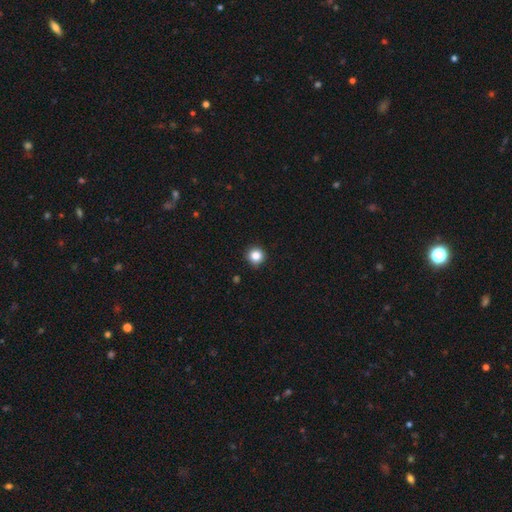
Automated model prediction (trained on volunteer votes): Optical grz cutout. It shows a smooth galaxy with no disk features (84%) that is round (95%). Merging: none (92%).